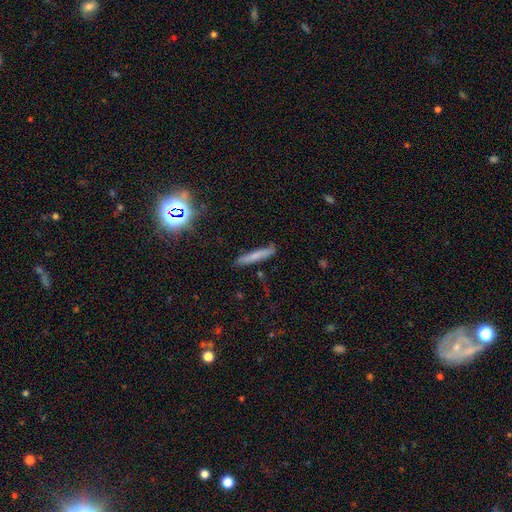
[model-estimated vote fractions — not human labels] Q: Smooth or featured?
A: smooth (66%); runner-up: featured or disk (23%)
Q: How rounded?
A: cigar-shaped (92%); runner-up: in between (6%)
Q: Merging?
A: none (80%); runner-up: minor disturbance (14%)